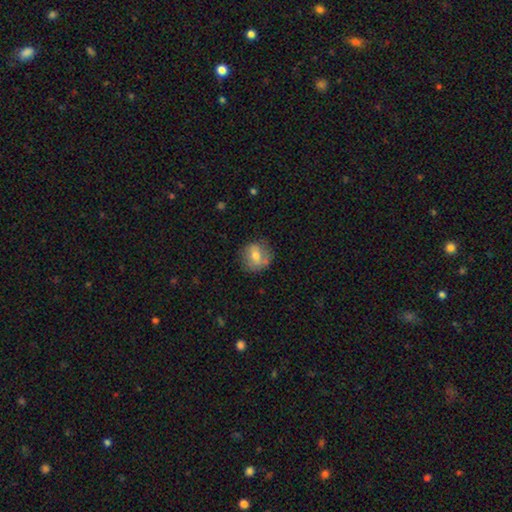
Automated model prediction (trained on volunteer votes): This appears to be a smooth galaxy with no disk features (61%) that is round (78%). Merging: none (72%).